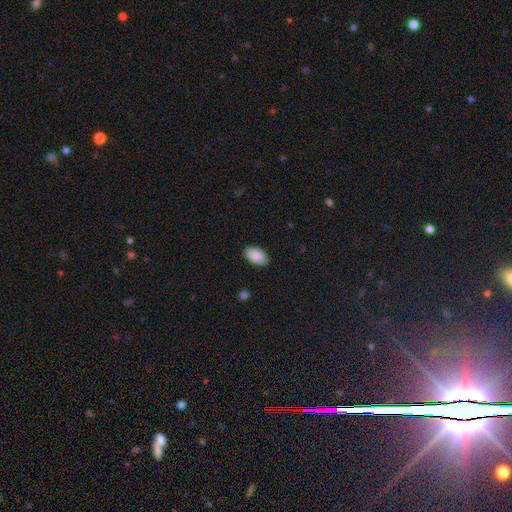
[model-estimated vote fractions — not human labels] smooth-or-featured: smooth: 91% | star or artifact: 6% | featured or disk: 3%
  how-rounded: in between: 93% | round: 5% | cigar-shaped: 1%
  merging: none: 87% | minor disturbance: 10% | major disturbance: 2% | merger: 1%